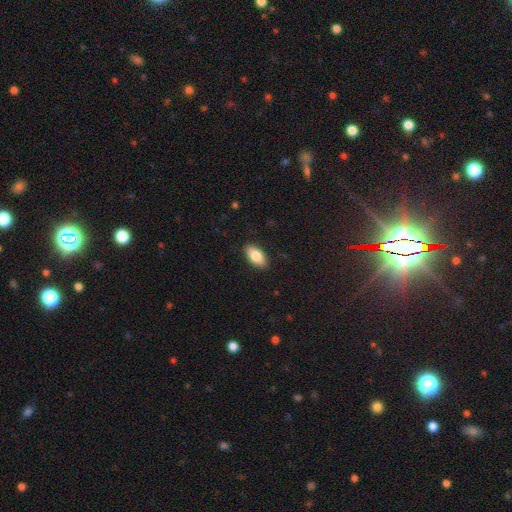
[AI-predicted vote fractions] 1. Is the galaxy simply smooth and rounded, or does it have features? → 83% smooth, 11% featured or disk, 6% star or artifact.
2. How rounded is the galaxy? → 91% in between, 6% cigar-shaped, 3% round.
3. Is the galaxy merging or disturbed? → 89% none, 8% minor disturbance, 2% major disturbance, 1% merger.